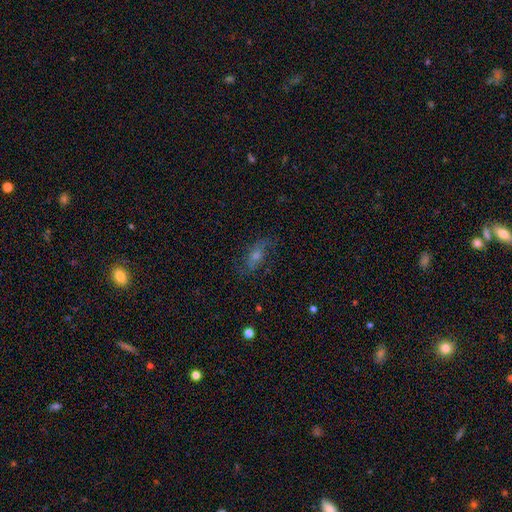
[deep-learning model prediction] featured or disk 46%, smooth 37%, star or artifact 17%. Down the decision tree: merging — none (70%).